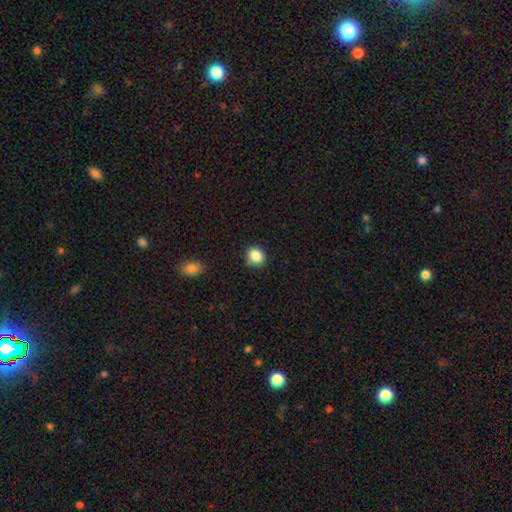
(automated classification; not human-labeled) Smooth or featured?
  - smooth: 86% *
  - star or artifact: 10%
  - featured or disk: 4%
How rounded?
  - round: 67% *
  - in between: 32%
  - cigar-shaped: 1%
Merging?
  - none: 78% *
  - minor disturbance: 15%
  - merger: 4%
  - major disturbance: 3%